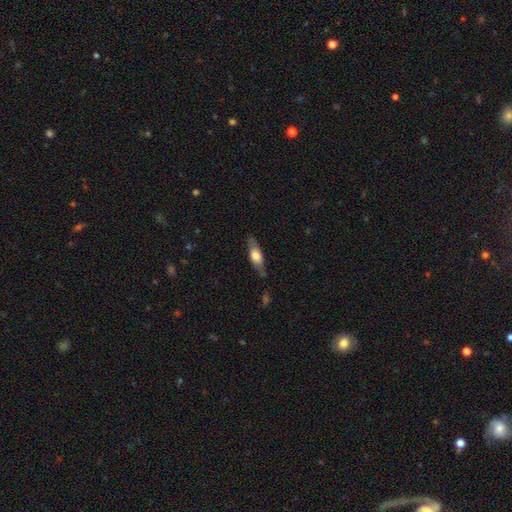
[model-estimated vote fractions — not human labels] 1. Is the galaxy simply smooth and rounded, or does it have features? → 52% smooth, 42% featured or disk, 6% star or artifact.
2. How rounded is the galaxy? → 51% in between, 46% cigar-shaped, 3% round.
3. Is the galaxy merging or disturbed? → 76% none, 18% minor disturbance, 4% major disturbance, 2% merger.